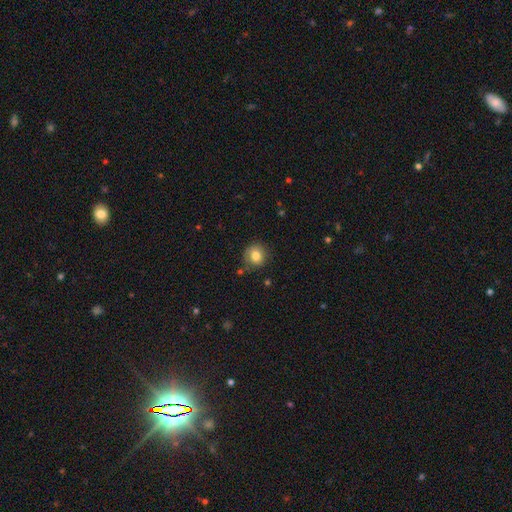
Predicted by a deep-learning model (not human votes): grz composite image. It shows a smooth galaxy with no disk features (81%) that is round (84%). Merging: none (79%).